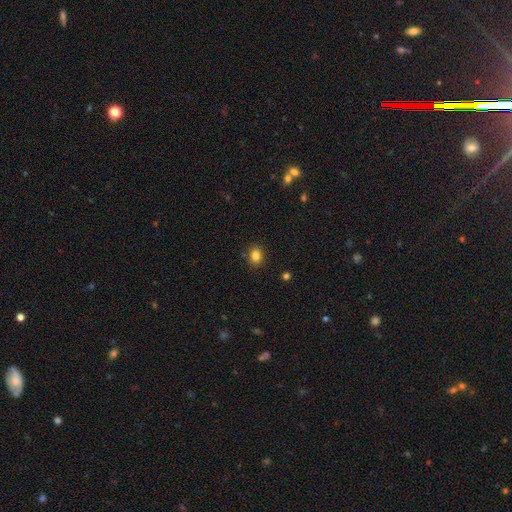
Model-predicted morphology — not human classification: Smooth or featured?
  - smooth: 83% *
  - star or artifact: 11%
  - featured or disk: 6%
How rounded?
  - round: 58% *
  - in between: 41%
  - cigar-shaped: 1%
Merging?
  - none: 88% *
  - minor disturbance: 8%
  - major disturbance: 2%
  - merger: 2%